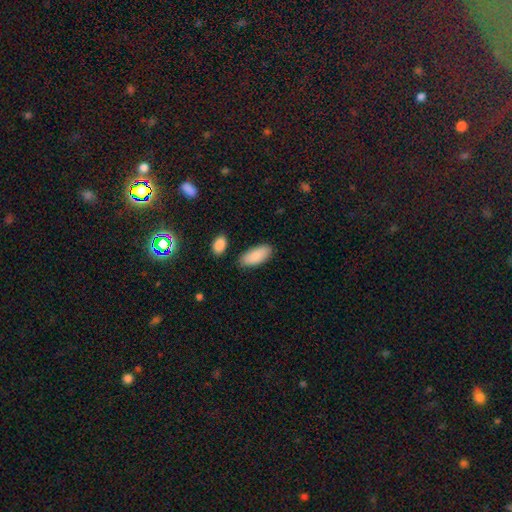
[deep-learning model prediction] smooth 90%, star or artifact 5%, featured or disk 5%. Down the decision tree: how rounded — in between (89%); merging — none (82%).